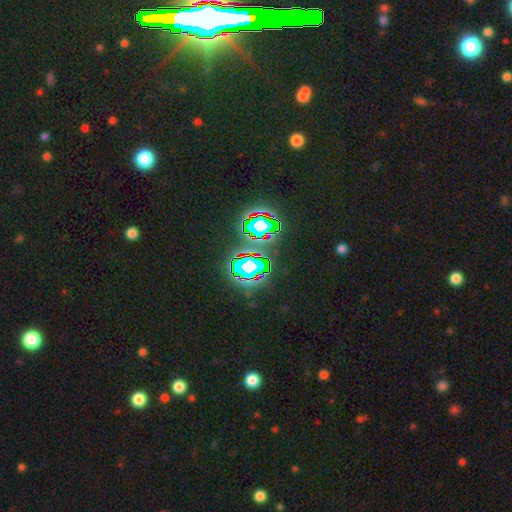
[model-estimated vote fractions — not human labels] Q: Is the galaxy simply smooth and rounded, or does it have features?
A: star or artifact — 84%.